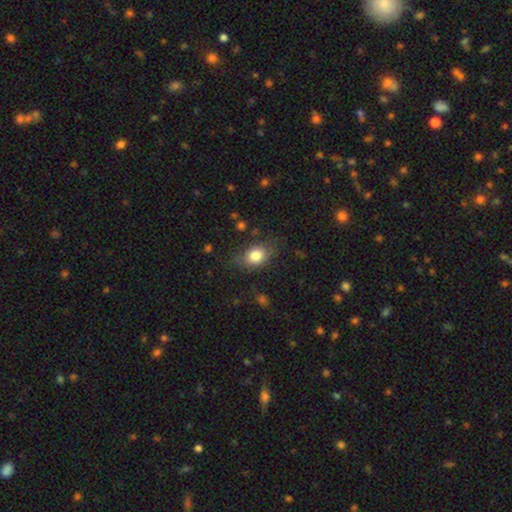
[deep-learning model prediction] smooth 81%, featured or disk 10%, star or artifact 9%. Down the decision tree: how rounded — in between (68%); merging — none (73%).